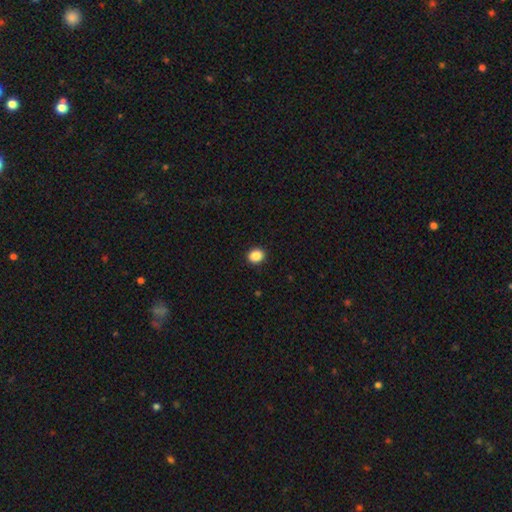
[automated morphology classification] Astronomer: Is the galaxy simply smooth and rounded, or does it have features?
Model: smooth — 87%.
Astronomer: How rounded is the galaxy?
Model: round — 71%.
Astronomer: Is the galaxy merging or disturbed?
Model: none — 92%.